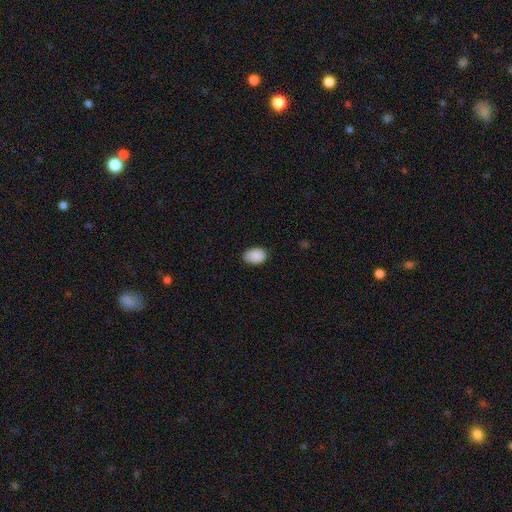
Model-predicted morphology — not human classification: smooth 90%, star or artifact 7%, featured or disk 3%. Down the decision tree: how rounded — in between (82%); merging — none (81%).